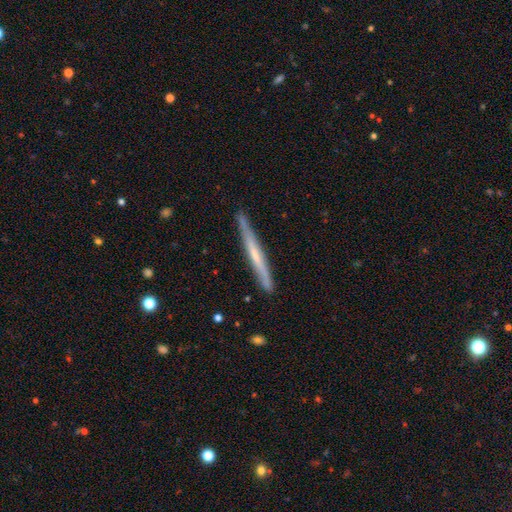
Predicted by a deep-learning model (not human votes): smooth_or_featured: featured or disk (p=0.55) [alt: smooth p=0.40]
disk_edge_on: yes (p=0.95) [alt: no p=0.05]
edge_on_bulge: none (p=0.66) [alt: rounded p=0.27]
merging: none (p=0.87) [alt: minor disturbance p=0.10]